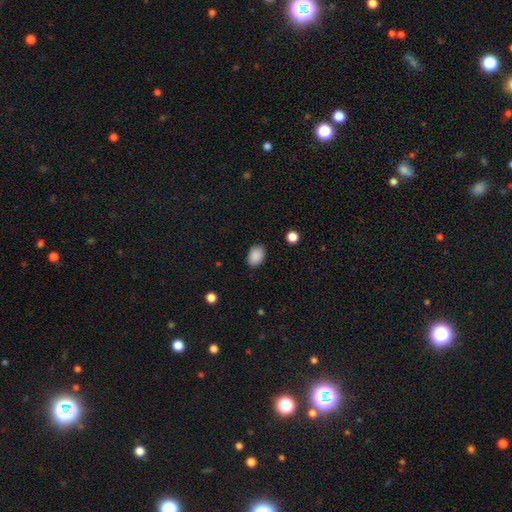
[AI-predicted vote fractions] smooth 89%, star or artifact 8%, featured or disk 3%. Down the decision tree: how rounded — in between (83%); merging — none (86%).